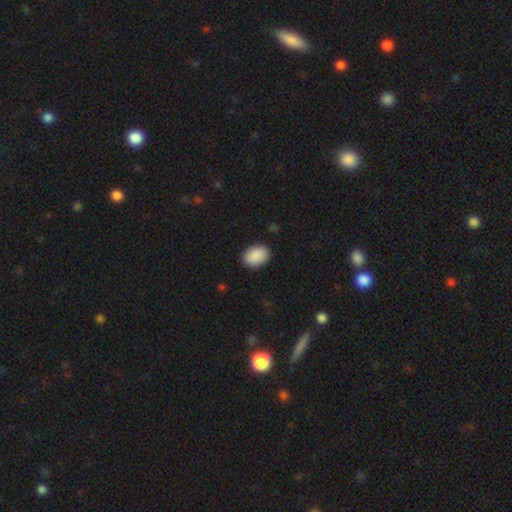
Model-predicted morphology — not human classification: smooth_or_featured: smooth (p=0.90) [alt: star or artifact p=0.07]
how_rounded: in between (p=0.83) [alt: round p=0.15]
merging: none (p=0.88) [alt: minor disturbance p=0.09]